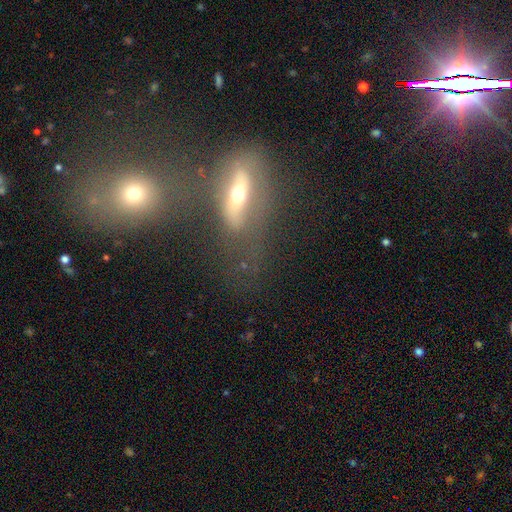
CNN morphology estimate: This appears to be a featured or disk galaxy (45%). Merging: none (35%).